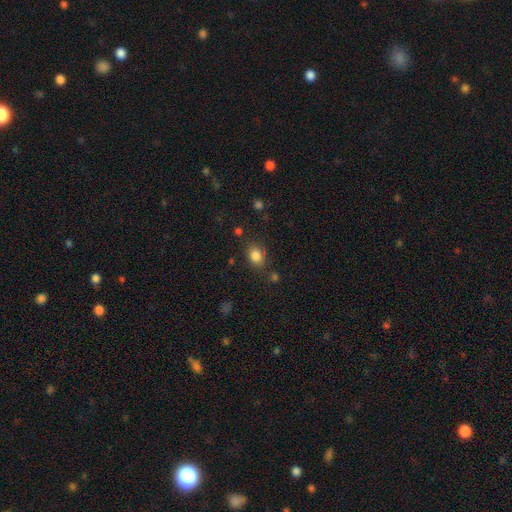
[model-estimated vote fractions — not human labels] Smooth or featured? Predicted: smooth (p=0.83). How rounded? Predicted: in between (p=0.61). Merging? Predicted: none (p=0.77).